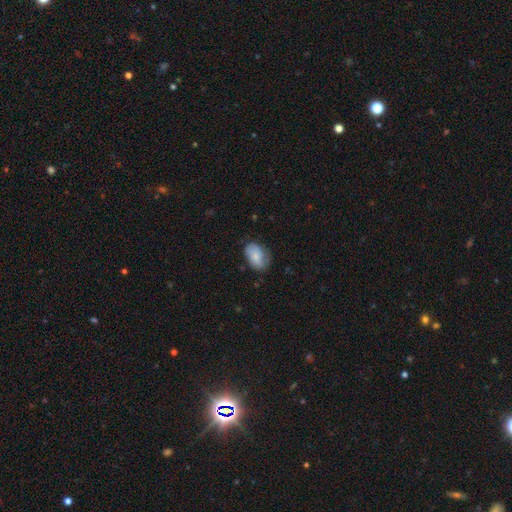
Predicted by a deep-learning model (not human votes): This is likely a smooth galaxy (68%). How rounded: clearly in between (84%). Merging: likely none (65%).